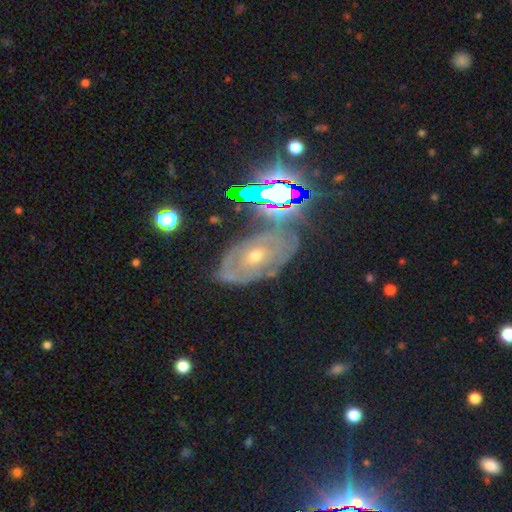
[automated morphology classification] featured or disk 54%, star or artifact 33%, smooth 13%. Down the decision tree: edge-on disk — no (92%); merging — none (70%).